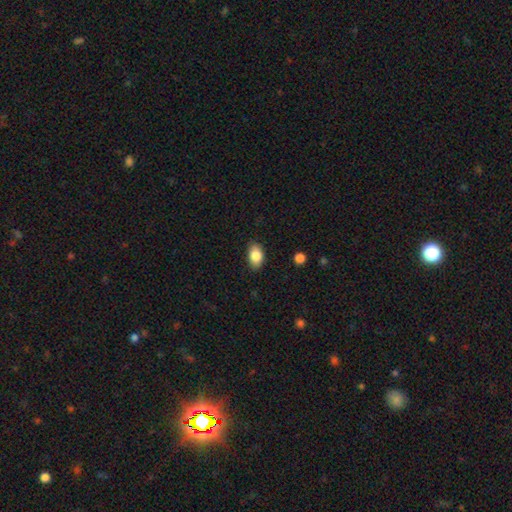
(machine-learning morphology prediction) Smooth or featured: smooth — 85% (star or artifact — 7%)
How rounded: in between — 89% (round — 9%)
Merging: none — 85% (minor disturbance — 12%)